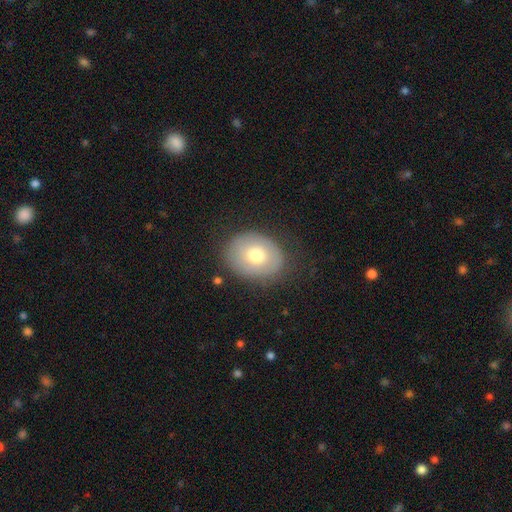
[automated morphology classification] Overall: smooth (67%). How rounded: in between (57%; round 42%). Merging: none (80%).